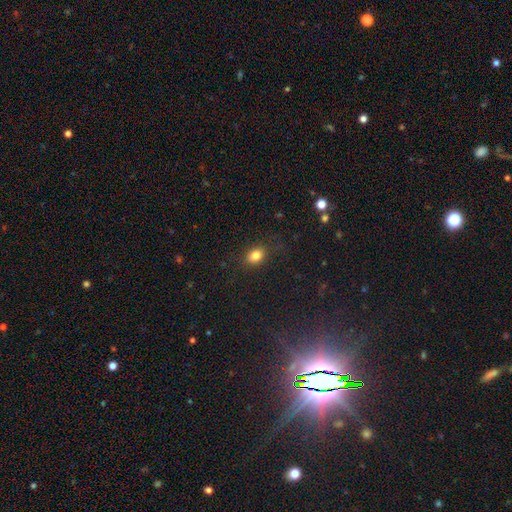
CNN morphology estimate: This is clearly a smooth galaxy (82%). How rounded: likely in between (62%). Merging: clearly none (83%).